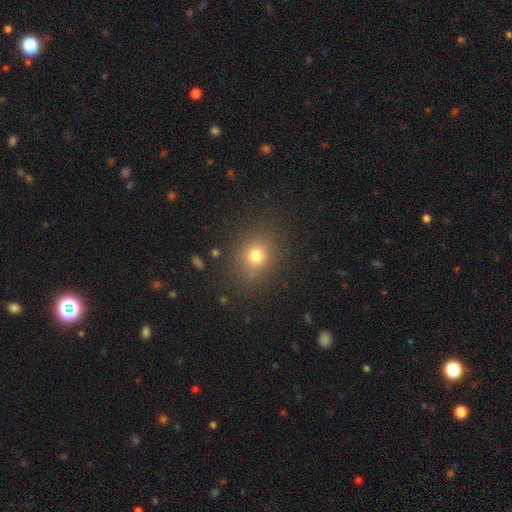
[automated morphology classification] Overall: smooth (75%). How rounded: round (74%). Merging: none (84%).